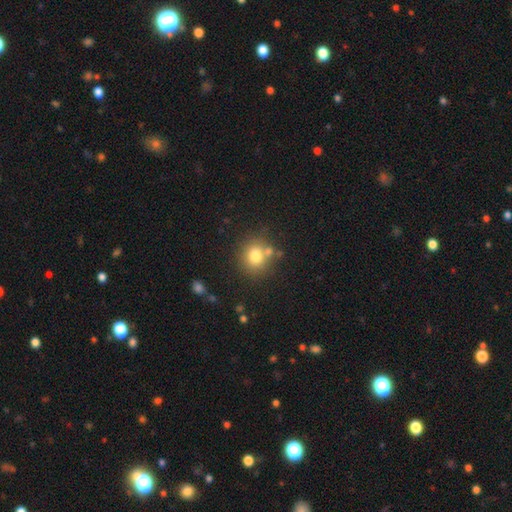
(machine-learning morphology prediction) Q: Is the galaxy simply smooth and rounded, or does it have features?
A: smooth — 77%.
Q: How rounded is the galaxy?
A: round — 77%.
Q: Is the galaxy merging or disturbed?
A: none — 68%.